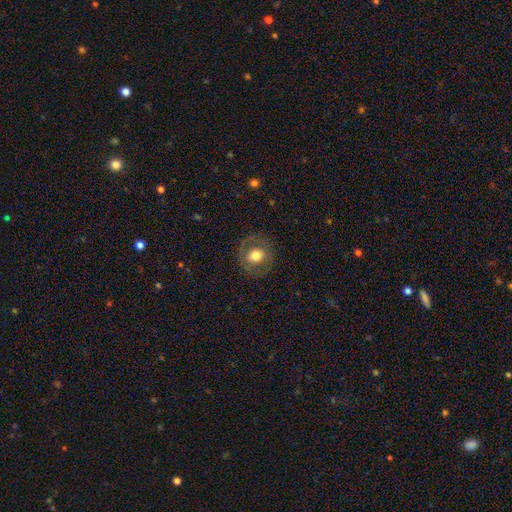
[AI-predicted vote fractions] A smooth galaxy with no disk features (57%) that is round (81%).

Vote fractions:
- Smooth or featured? smooth: 57% / featured or disk: 33% / star or artifact: 9%
- How rounded? round: 81% / in between: 18% / cigar-shaped: 1%
- Merging? none: 79% / minor disturbance: 12% / major disturbance: 8% / merger: 1%